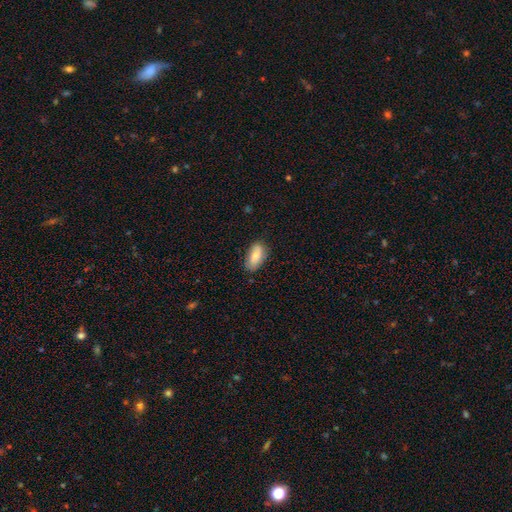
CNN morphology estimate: The model was most divided on "smooth or featured": smooth: 76%, featured or disk: 18%, star or artifact: 7%. More confident: how rounded — in between (92%); merging — none (77%).